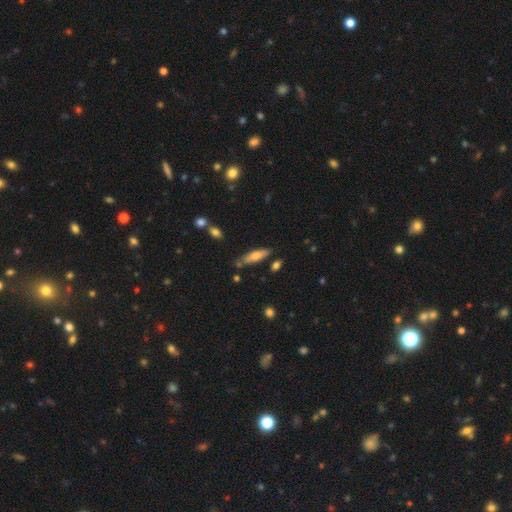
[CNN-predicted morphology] Smooth or featured? smooth (66%)
How rounded? cigar-shaped (58%)
Merging? none (76%)